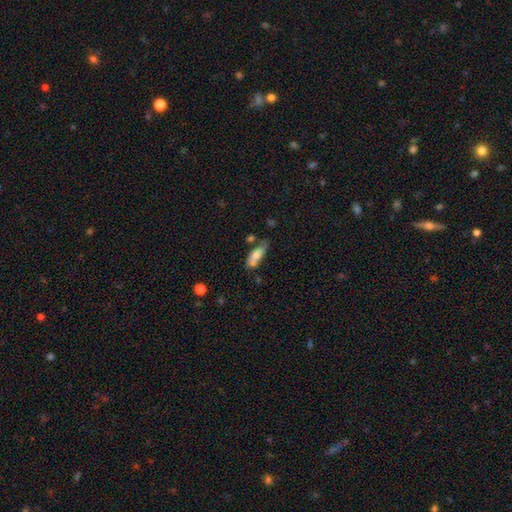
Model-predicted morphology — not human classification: Smooth or featured? smooth (68%)
How rounded? in between (65%)
Merging? none (49%)